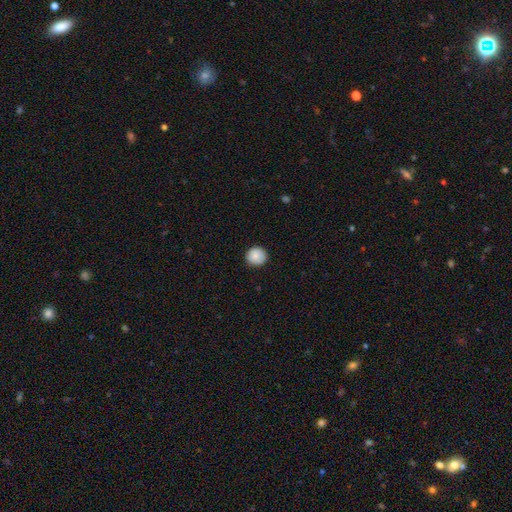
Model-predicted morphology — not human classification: A smooth galaxy with no disk features (85%) that is round (92%).

Vote fractions:
- Smooth or featured? smooth: 85% / star or artifact: 8% / featured or disk: 7%
- How rounded? round: 92% / in between: 7% / cigar-shaped: 1%
- Merging? none: 88% / minor disturbance: 9% / major disturbance: 2% / merger: 1%